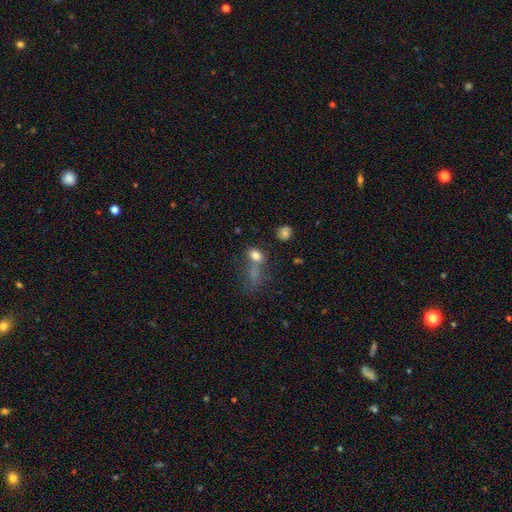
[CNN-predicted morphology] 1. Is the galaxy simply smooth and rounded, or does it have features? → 75% smooth, 15% star or artifact, 10% featured or disk.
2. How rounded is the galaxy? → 68% in between, 28% round, 4% cigar-shaped.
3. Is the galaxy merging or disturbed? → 39% none, 31% merger, 16% major disturbance, 15% minor disturbance.